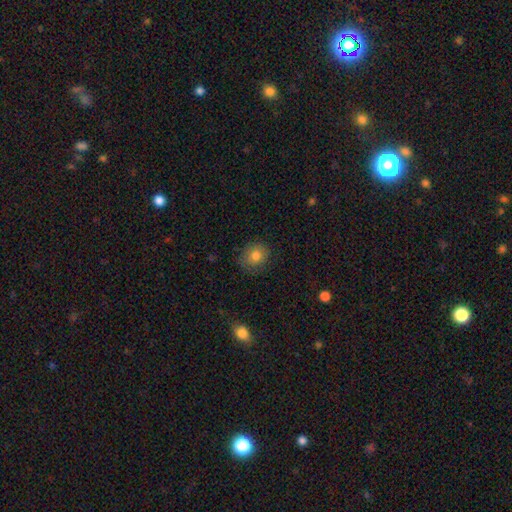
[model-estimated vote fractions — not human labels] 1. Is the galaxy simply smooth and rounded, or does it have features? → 81% smooth, 10% star or artifact, 9% featured or disk.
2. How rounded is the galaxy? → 77% round, 23% in between, 1% cigar-shaped.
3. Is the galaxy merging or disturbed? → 79% none, 16% minor disturbance, 4% major disturbance, 1% merger.